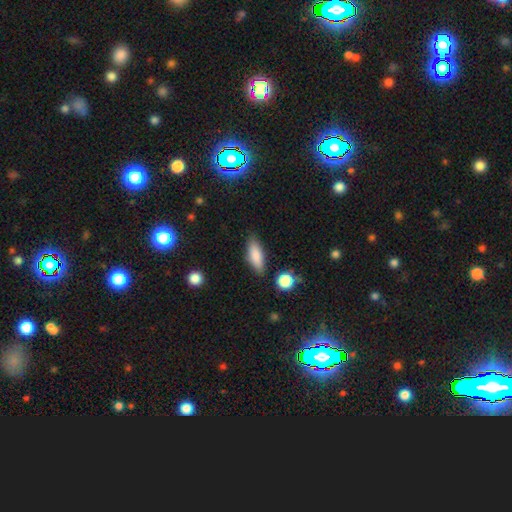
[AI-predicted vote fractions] Smooth or featured? Predicted: smooth (p=0.83). How rounded? Predicted: in between (p=0.64). Merging? Predicted: none (p=0.83).